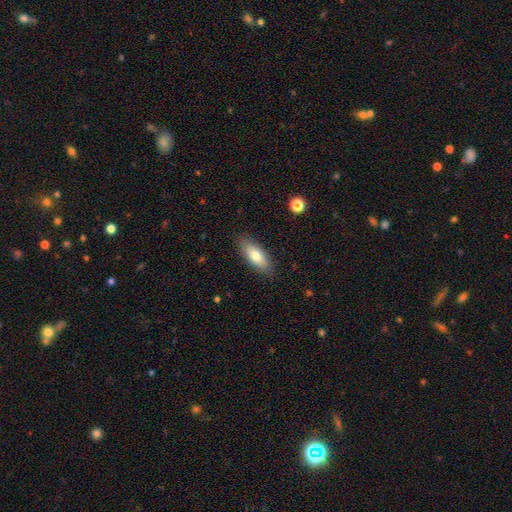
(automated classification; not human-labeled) smooth 75%, featured or disk 19%, star or artifact 7%. Down the decision tree: how rounded — in between (73%); merging — none (86%).